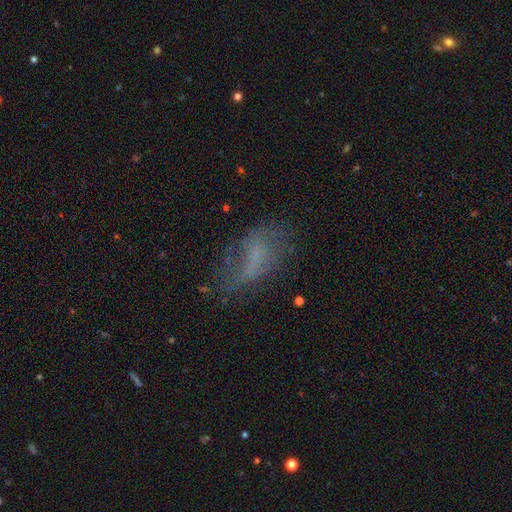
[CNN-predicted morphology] The model was most divided on "smooth or featured": smooth: 43%, featured or disk: 41%, star or artifact: 17%. More confident: merging — none (50%).